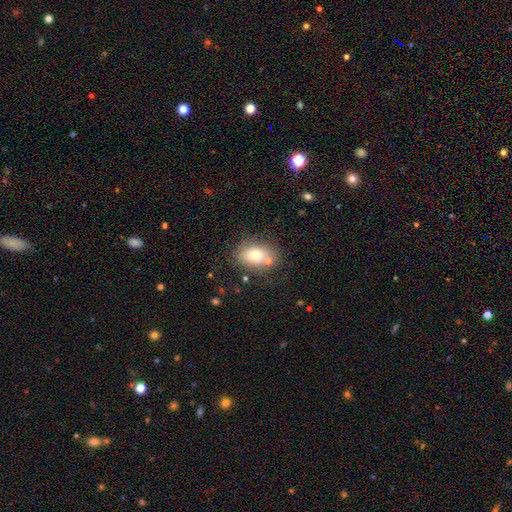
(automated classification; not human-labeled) A smooth galaxy with no disk features (71%) that is in between round and cigar-shaped (64%). Merging: none (69%).